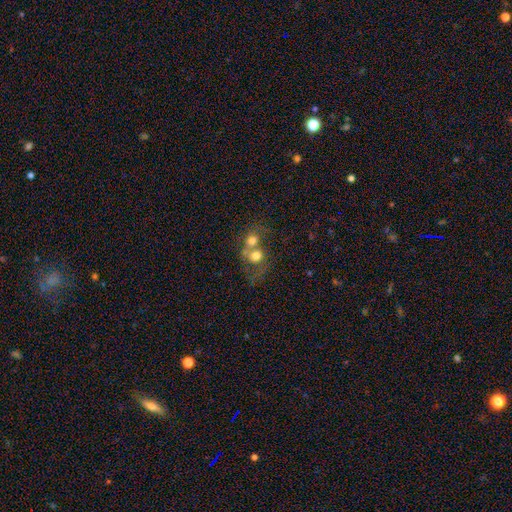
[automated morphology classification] Smooth or featured? smooth (65%)
How rounded? round (71%)
Merging? merger (71%)